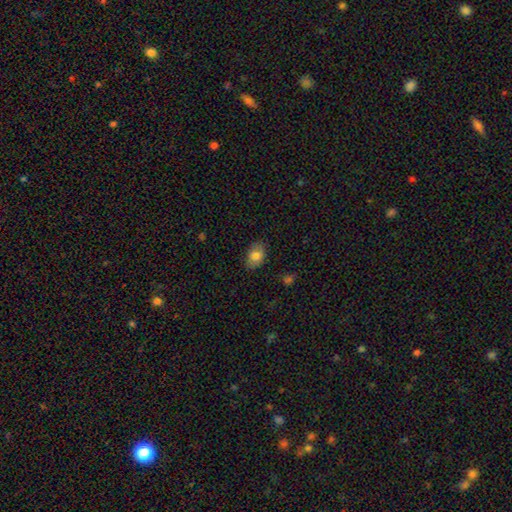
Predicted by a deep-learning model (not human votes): The model was most divided on "merging": none: 82%, minor disturbance: 14%, major disturbance: 3%, merger: 1%. More confident: how rounded — in between (86%); smooth or featured — smooth (80%).